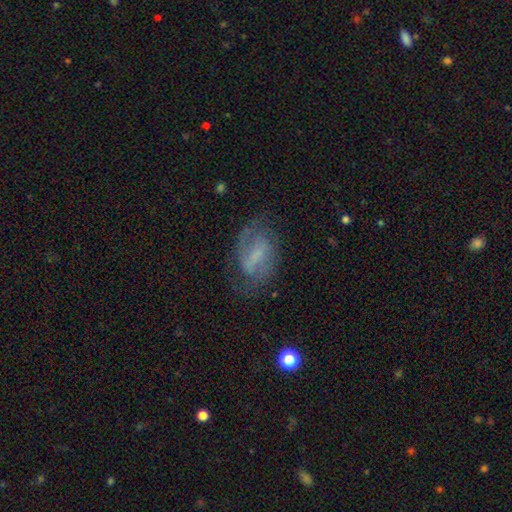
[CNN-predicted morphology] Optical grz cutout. It shows a featured or disk galaxy (69%) with a weak bar (46%), 2 (77%) medium (49%) spiral arms (84%) and no central bulge (39%). Merging: none (66%).